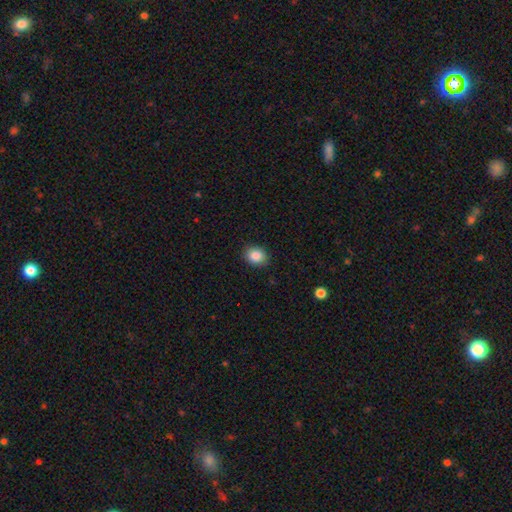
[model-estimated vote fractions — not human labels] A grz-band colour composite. It shows a smooth galaxy with no disk features (87%) that is round (52%). Merging: none (89%).